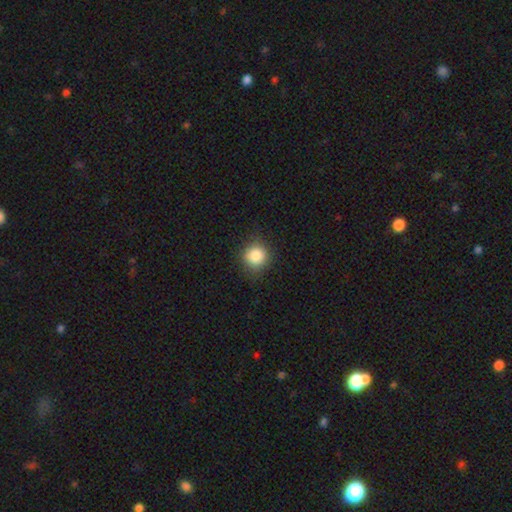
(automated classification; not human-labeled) Morphology: type=smooth (86%); roundness=round (90%); merging=none (83%).